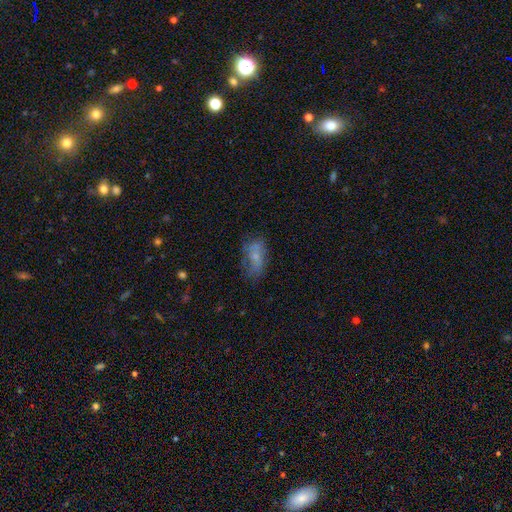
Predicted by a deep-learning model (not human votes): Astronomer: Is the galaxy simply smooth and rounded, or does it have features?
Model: smooth — 58%.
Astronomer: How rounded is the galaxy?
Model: in between — 87%.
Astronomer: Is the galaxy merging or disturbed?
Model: none — 51% (runner-up: minor disturbance, 28%).